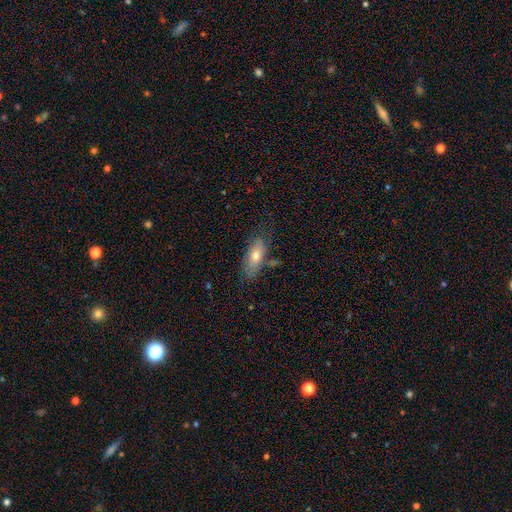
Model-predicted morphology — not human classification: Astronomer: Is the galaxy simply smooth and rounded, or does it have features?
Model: smooth — 65%.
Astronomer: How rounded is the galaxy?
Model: in between — 76%.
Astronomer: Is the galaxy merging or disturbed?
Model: none — 68%.